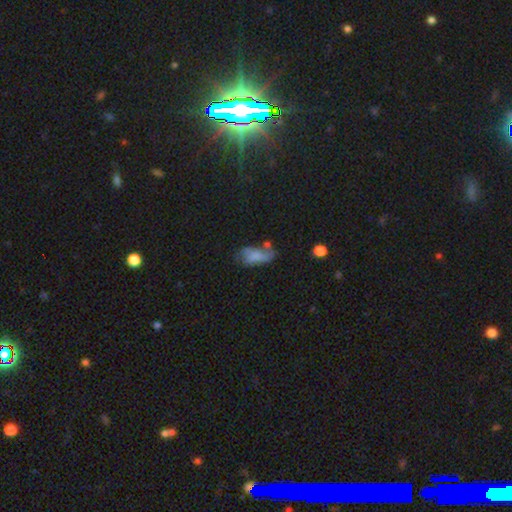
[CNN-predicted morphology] type=smooth (59%); roundness=in between (85%); merging=none (37%).